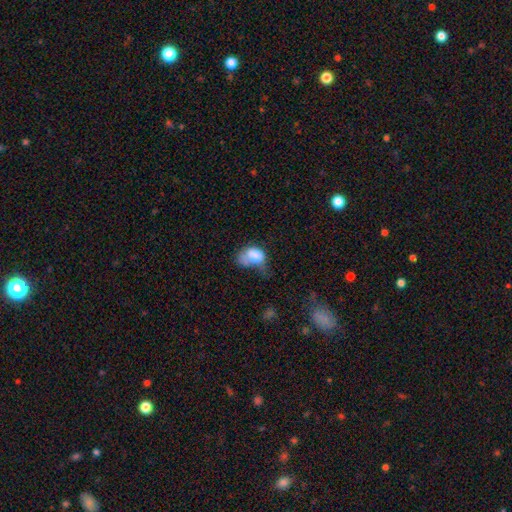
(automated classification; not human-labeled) Smooth or featured: smooth — 71% (featured or disk — 20%)
How rounded: in between — 74% (round — 25%)
Merging: major disturbance — 42% (minor disturbance — 25%)